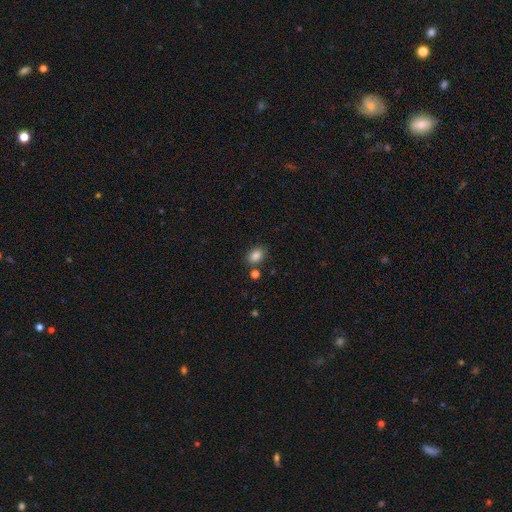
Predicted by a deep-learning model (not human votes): smooth_or_featured: smooth (p=0.85) [alt: star or artifact p=0.10]
how_rounded: in between (p=0.75) [alt: round p=0.24]
merging: none (p=0.80) [alt: minor disturbance p=0.11]